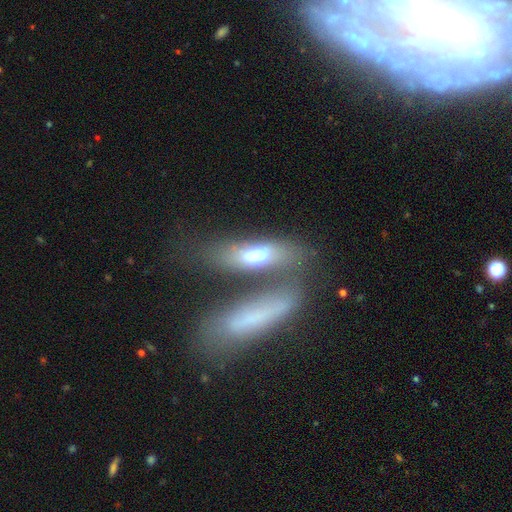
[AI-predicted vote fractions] Overall: smooth (61%; featured or disk 30%). How rounded: in between (65%; cigar-shaped 32%). Merging: merger (34%, tied with none).